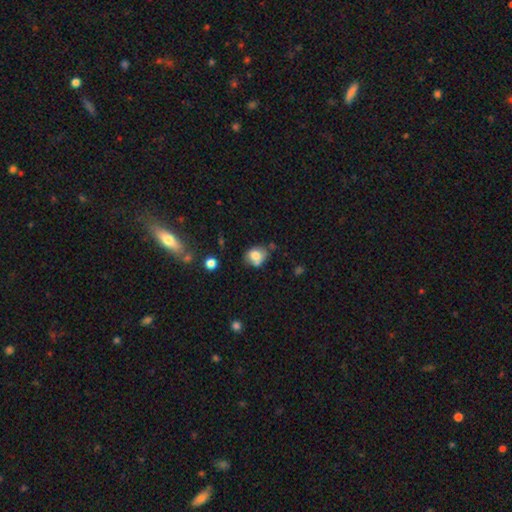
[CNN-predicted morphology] Overall: smooth (74%). How rounded: round (56%; in between 43%). Merging: none (54%; minor disturbance 22%).